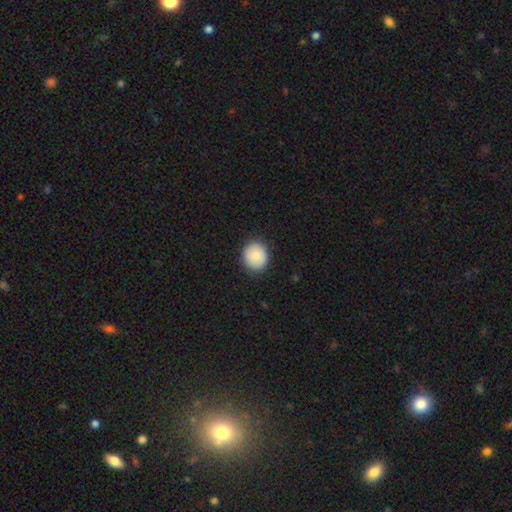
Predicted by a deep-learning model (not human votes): smooth-or-featured: smooth: 83% | featured or disk: 10% | star or artifact: 8%
  how-rounded: round: 78% | in between: 21% | cigar-shaped: 1%
  merging: none: 88% | minor disturbance: 9% | major disturbance: 2% | merger: 1%